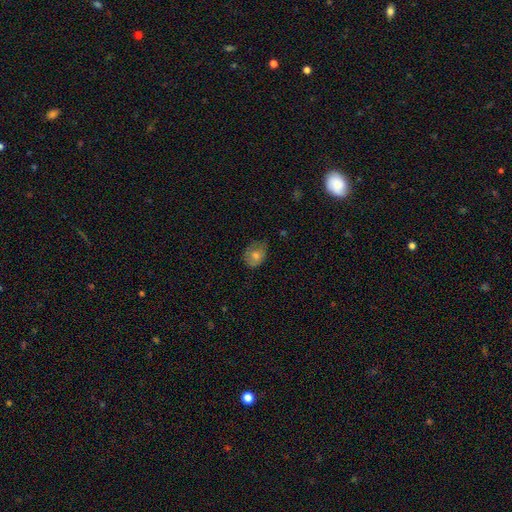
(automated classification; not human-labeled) This is likely a smooth galaxy (67%). How rounded: possibly in between (56%). Merging: likely none (64%).